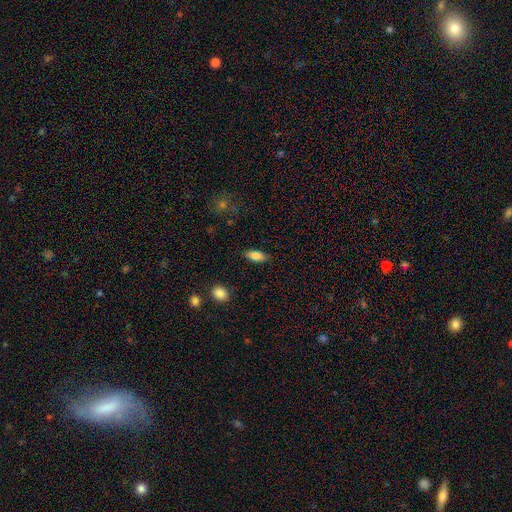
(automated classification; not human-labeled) smooth-or-featured: smooth: 84% | featured or disk: 9% | star or artifact: 7%
  how-rounded: in between: 86% | cigar-shaped: 11% | round: 3%
  merging: none: 87% | minor disturbance: 10% | major disturbance: 2% | merger: 1%